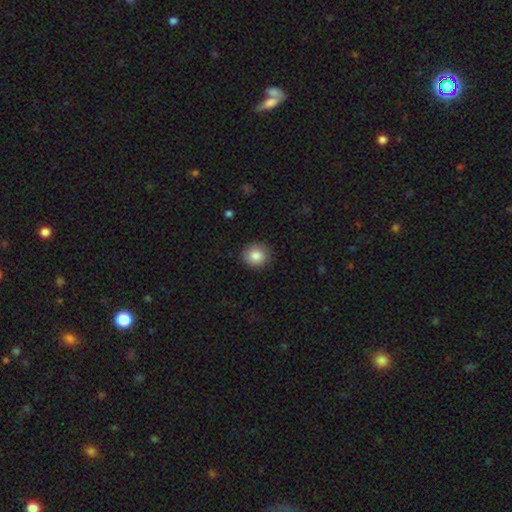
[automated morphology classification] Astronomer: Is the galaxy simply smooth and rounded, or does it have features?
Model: smooth — 86%.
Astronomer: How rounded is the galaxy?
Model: round — 86%.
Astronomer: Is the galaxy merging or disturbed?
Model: none — 89%.